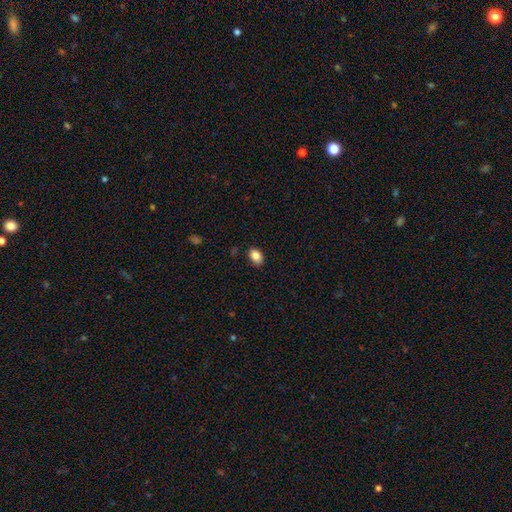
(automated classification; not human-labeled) Smooth or featured: smooth — 86% (star or artifact — 9%)
How rounded: in between — 82% (round — 16%)
Merging: none — 84% (minor disturbance — 12%)